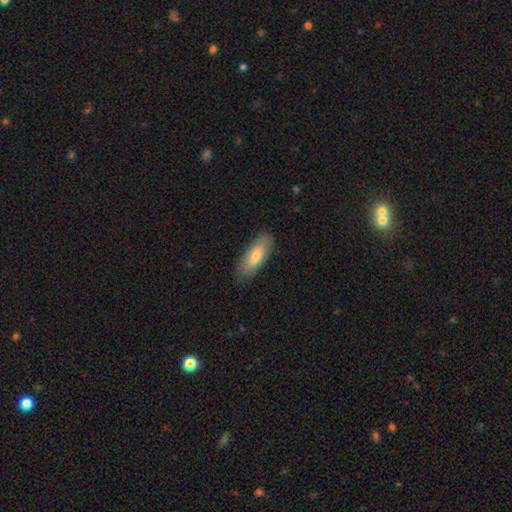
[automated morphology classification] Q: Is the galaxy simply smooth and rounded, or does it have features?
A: smooth — 72%.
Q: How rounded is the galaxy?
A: in between — 73%.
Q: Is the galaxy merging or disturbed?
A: none — 85%.